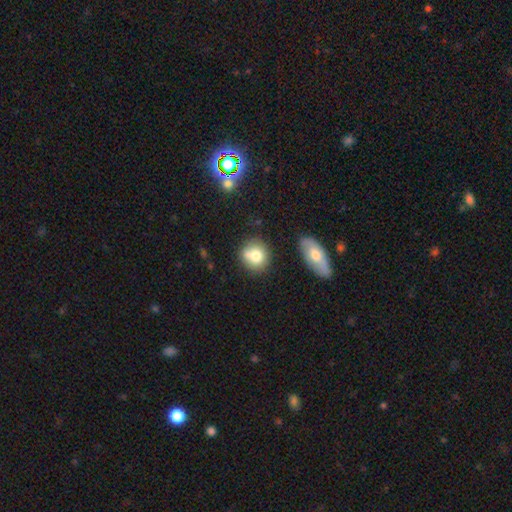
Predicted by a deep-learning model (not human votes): This appears to be a smooth galaxy with no disk features (75%) that is round (82%). Merging: none (60%).